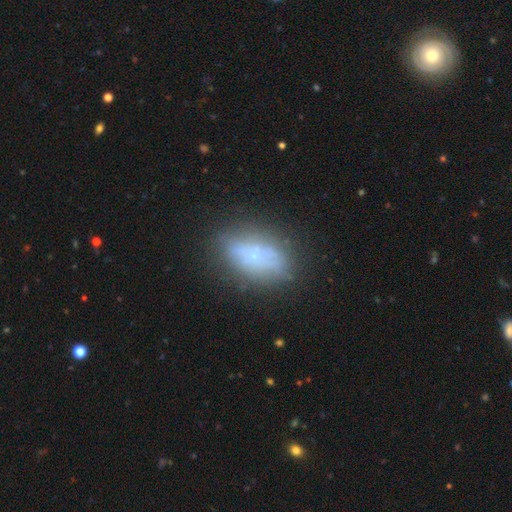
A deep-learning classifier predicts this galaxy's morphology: A smooth galaxy with no disk features (48%).

Vote fractions:
- Smooth or featured? smooth: 48% / featured or disk: 40% / star or artifact: 12%
- Merging? none: 66% / minor disturbance: 20% / major disturbance: 9% / merger: 5%